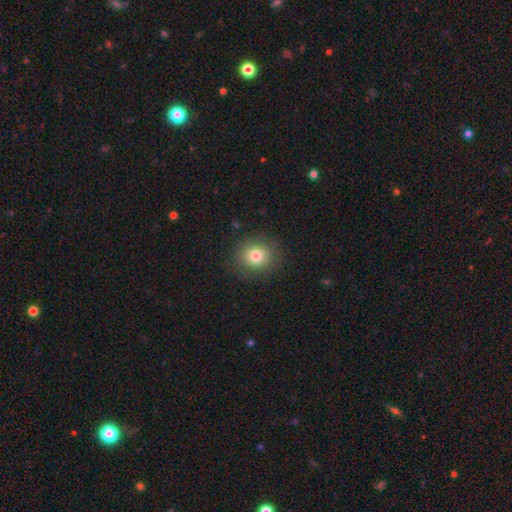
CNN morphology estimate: Smooth or featured: smooth — 79% (star or artifact — 12%)
How rounded: round — 80% (in between — 19%)
Merging: none — 87% (minor disturbance — 8%)